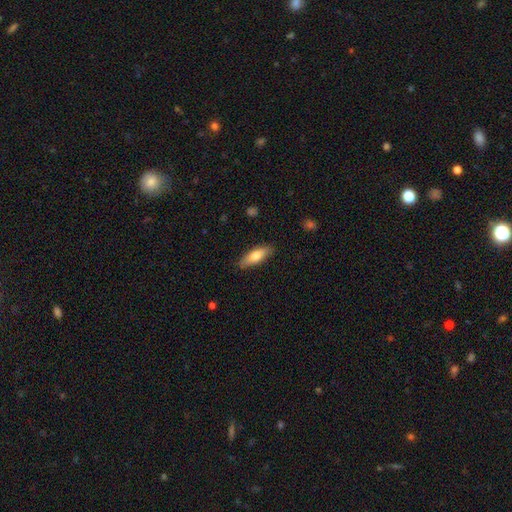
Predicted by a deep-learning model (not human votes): Smooth or featured: smooth — 69% (featured or disk — 25%)
How rounded: in between — 53% (cigar-shaped — 45%)
Merging: none — 86% (minor disturbance — 11%)